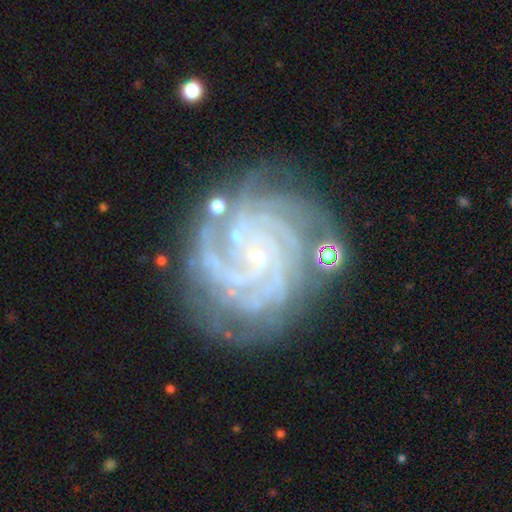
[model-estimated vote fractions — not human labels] This appears to be a featured or disk galaxy (91%) with no bar (72%), 4 (38%) tight (81%) spiral arms (99%) and a small central bulge (88%). Merging: none (76%).